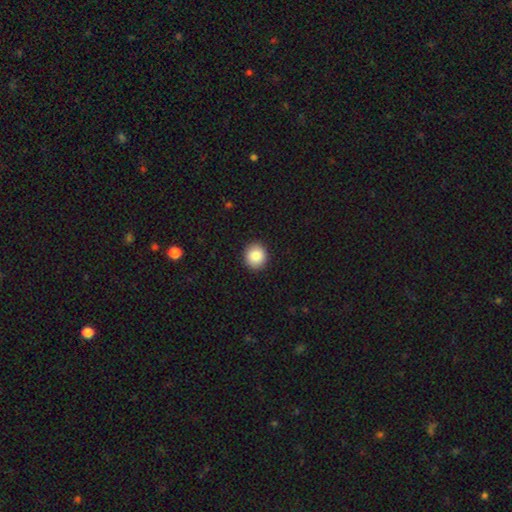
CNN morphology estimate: This is clearly a smooth galaxy (87%). How rounded: clearly round (85%). Merging: clearly none (92%).